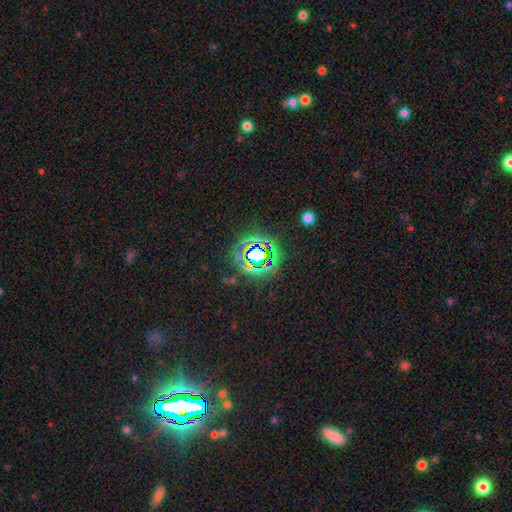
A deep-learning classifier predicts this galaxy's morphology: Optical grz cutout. It shows a star or artifact, not a galaxy (69%).